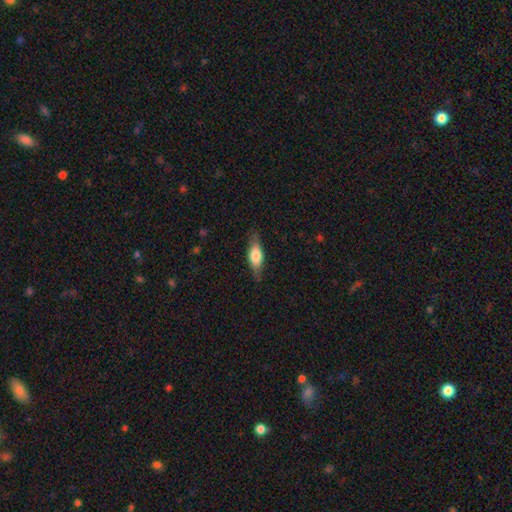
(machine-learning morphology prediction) A smooth galaxy with no disk features (59%) that is in between round and cigar-shaped (62%). Merging: none (81%).